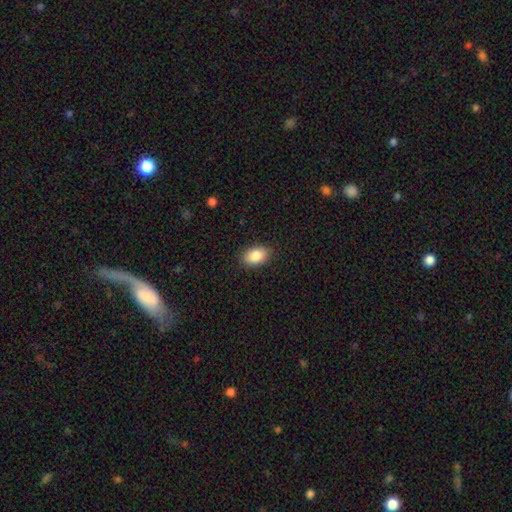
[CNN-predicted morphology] Smooth or featured? Predicted: smooth (p=0.88). How rounded? Predicted: in between (p=0.88). Merging? Predicted: none (p=0.89).